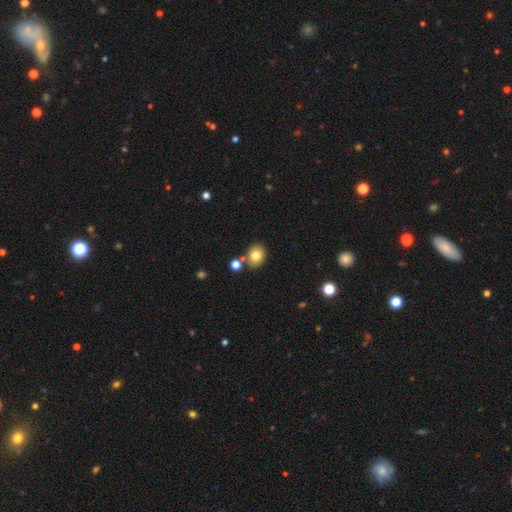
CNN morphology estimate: Q: Smooth or featured?
A: smooth (79%); runner-up: featured or disk (11%)
Q: How rounded?
A: round (50%); runner-up: in between (49%)
Q: Merging?
A: none (74%); runner-up: merger (13%)